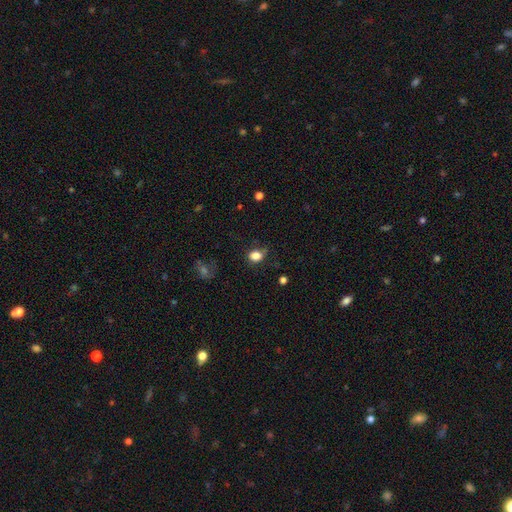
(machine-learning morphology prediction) Q: Smooth or featured?
A: smooth (84%); runner-up: star or artifact (10%)
Q: How rounded?
A: in between (54%); runner-up: round (45%)
Q: Merging?
A: none (66%); runner-up: minor disturbance (24%)